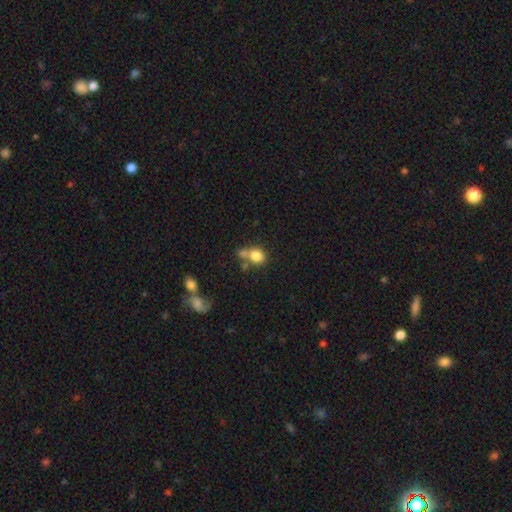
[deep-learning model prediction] Morphology: type=smooth (79%); roundness=round (60%); merging=none (43%).